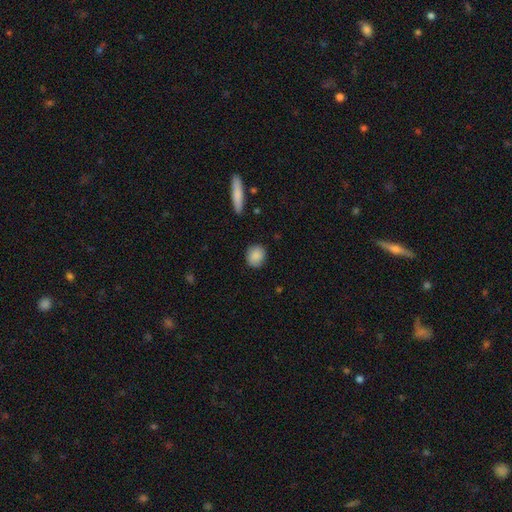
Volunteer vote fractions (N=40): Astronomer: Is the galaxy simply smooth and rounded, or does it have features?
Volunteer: smooth — 90%.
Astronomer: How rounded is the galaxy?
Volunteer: round — 64%.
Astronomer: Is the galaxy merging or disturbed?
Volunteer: none — 92%.